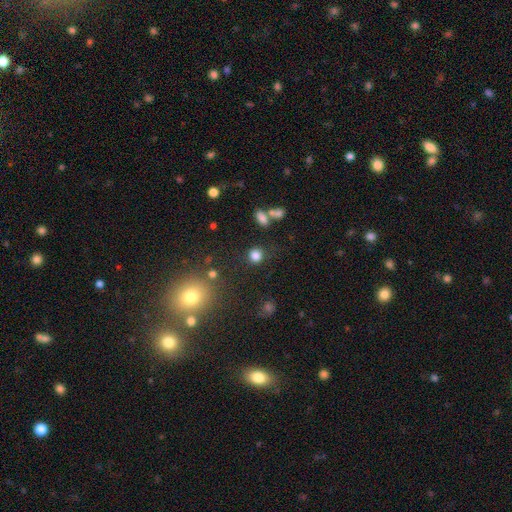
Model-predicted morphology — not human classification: smooth-or-featured: smooth: 82% | star or artifact: 13% | featured or disk: 5%
  how-rounded: round: 83% | in between: 16% | cigar-shaped: 1%
  merging: none: 79% | minor disturbance: 10% | merger: 6% | major disturbance: 5%